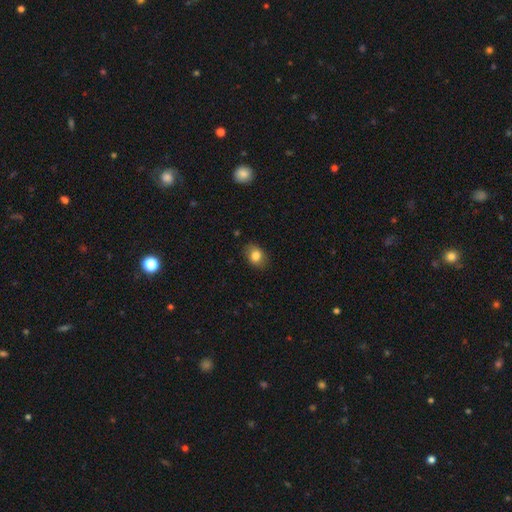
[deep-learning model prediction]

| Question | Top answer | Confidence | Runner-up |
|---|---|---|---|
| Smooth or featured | smooth | 83% | star or artifact (9%) |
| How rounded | in between | 60% | round (39%) |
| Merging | none | 81% | minor disturbance (14%) |